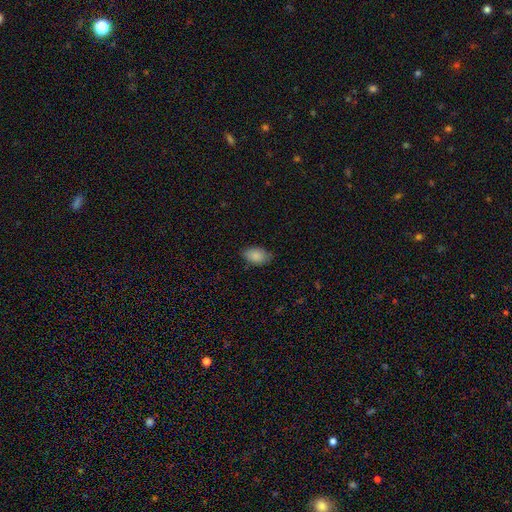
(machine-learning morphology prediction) A smooth galaxy with no disk features (87%) that is in between round and cigar-shaped (91%).

Vote fractions:
- Smooth or featured? smooth: 87% / star or artifact: 7% / featured or disk: 5%
- How rounded? in between: 91% / round: 7% / cigar-shaped: 2%
- Merging? none: 77% / minor disturbance: 19% / major disturbance: 3% / merger: 1%